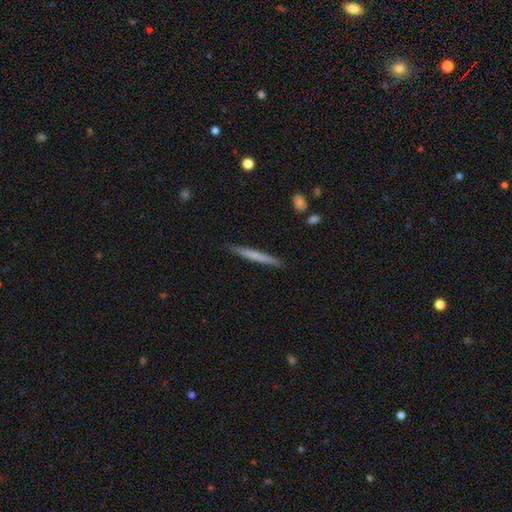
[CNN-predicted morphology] Smooth or featured? smooth (63%)
How rounded? cigar-shaped (97%)
Merging? none (89%)